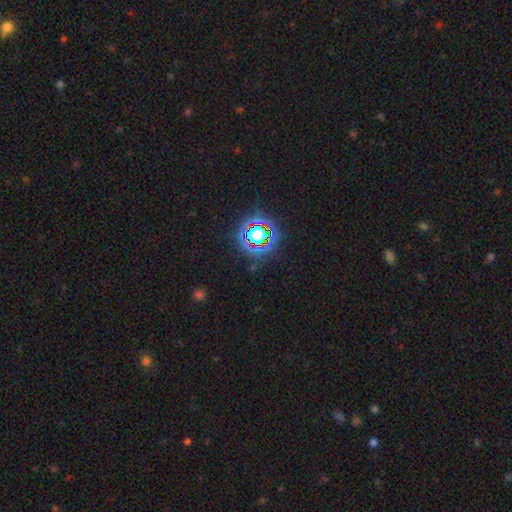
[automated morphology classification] Smooth or featured? star or artifact (78%)